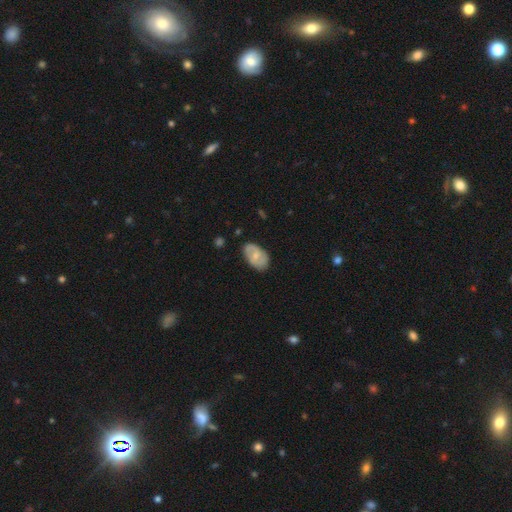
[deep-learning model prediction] Overall: featured or disk (51%; smooth 43%). Edge-on disk: no (95%). Merging: none (76%).